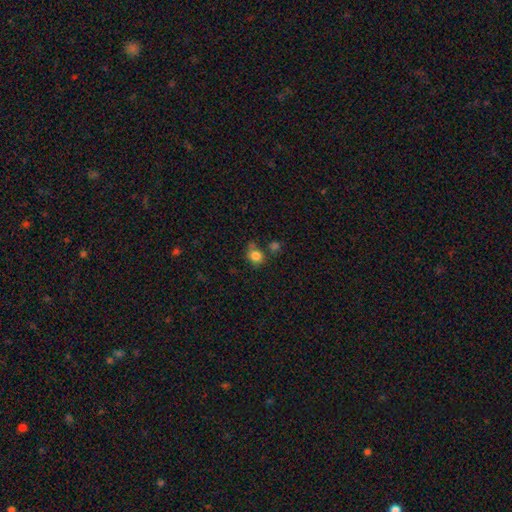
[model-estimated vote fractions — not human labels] smooth 82%, star or artifact 11%, featured or disk 6%. Down the decision tree: how rounded — round (79%); merging — none (59%).